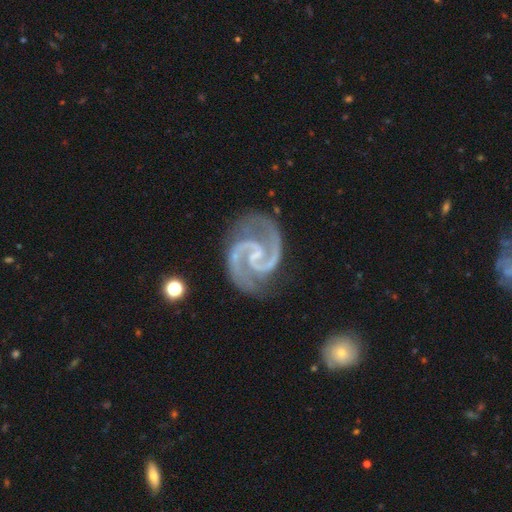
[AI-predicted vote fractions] A featured or disk galaxy (95%) with a weak bar (45%), 2 (95%) medium (67%) spiral arms (99%) and a small central bulge (51%).

Vote fractions:
- Smooth or featured? featured or disk: 95% / star or artifact: 3% / smooth: 2%
- Edge-on disk? no: 99% / yes: 1%
- Bar? weak: 45% / no: 33% / strong: 22%
- Spiral arms? yes: 99% / no: 1%
- Spiral winding? medium: 67% / tight: 22% / loose: 11%
- Spiral arm count? 2: 95% / 3: 1% / can't tell: 1% / 1: 1% / 4: 1% / more than 4: 1%
- Bulge size? small: 51% / none: 39% / moderate: 8% / large: 1% / dominant: 1%
- Merging? none: 77% / minor disturbance: 15% / major disturbance: 6% / merger: 2%